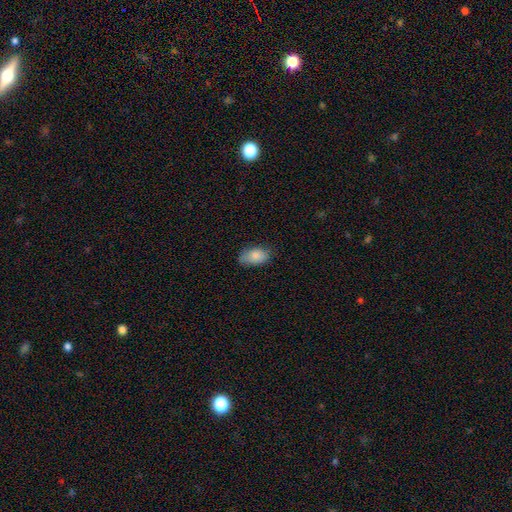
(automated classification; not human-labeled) Smooth or featured?
  - smooth: 85% *
  - featured or disk: 7%
  - star or artifact: 7%
How rounded?
  - in between: 91% *
  - round: 8%
  - cigar-shaped: 2%
Merging?
  - none: 67% *
  - minor disturbance: 26%
  - major disturbance: 6%
  - merger: 1%